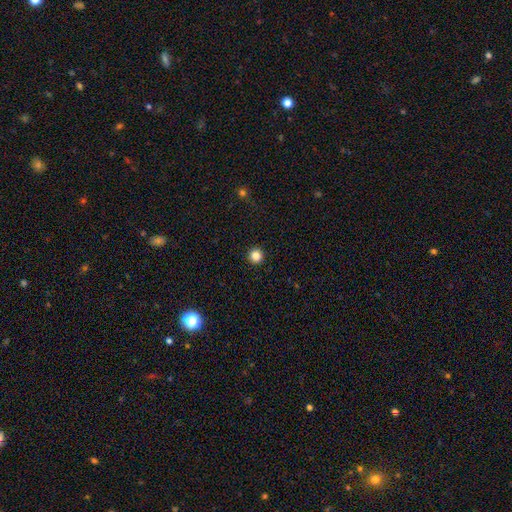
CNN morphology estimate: Smooth or featured?
  - smooth: 85% *
  - star or artifact: 12%
  - featured or disk: 4%
How rounded?
  - round: 96% *
  - in between: 3%
  - cigar-shaped: 1%
Merging?
  - none: 93% *
  - minor disturbance: 4%
  - major disturbance: 2%
  - merger: 1%